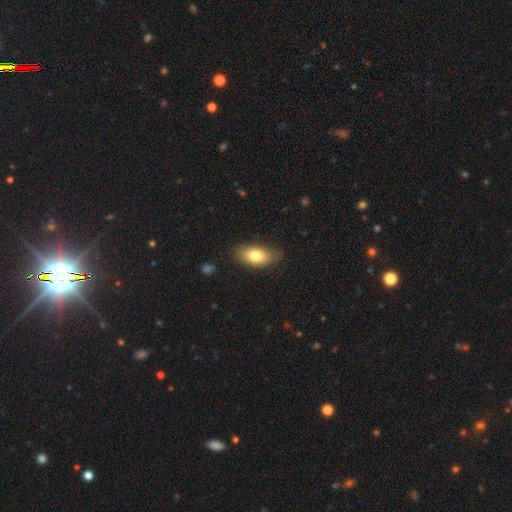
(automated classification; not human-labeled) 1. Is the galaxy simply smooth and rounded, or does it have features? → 77% smooth, 16% featured or disk, 7% star or artifact.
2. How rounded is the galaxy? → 88% in between, 6% cigar-shaped, 6% round.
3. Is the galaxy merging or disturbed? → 77% none, 18% minor disturbance, 4% major disturbance, 1% merger.